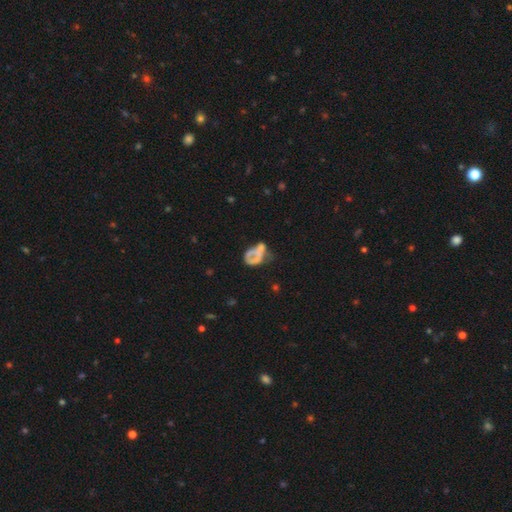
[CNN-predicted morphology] This appears to be a featured or disk galaxy (46%). Merging: major disturbance (36%).